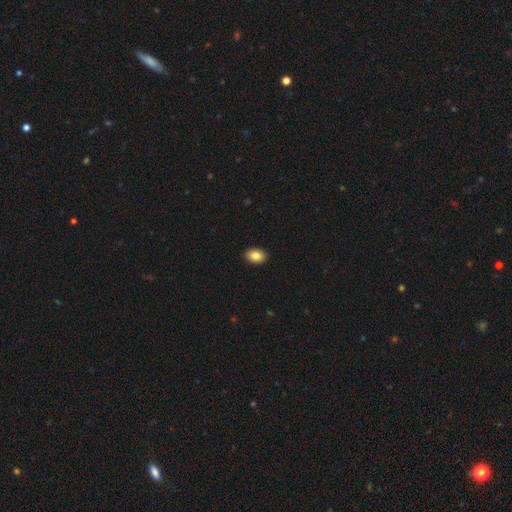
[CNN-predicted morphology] smooth 86%, star or artifact 8%, featured or disk 6%. Down the decision tree: how rounded — in between (82%); merging — none (91%).